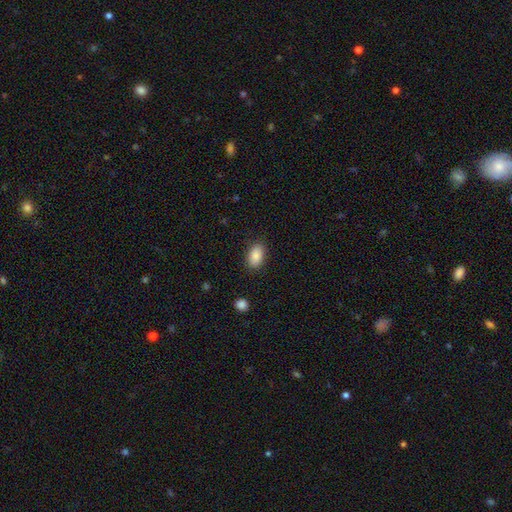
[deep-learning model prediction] Smooth or featured? Predicted: smooth (p=0.88). How rounded? Predicted: in between (p=0.90). Merging? Predicted: none (p=0.87).